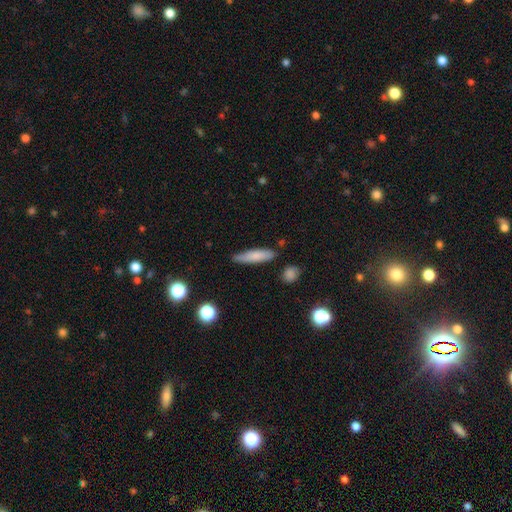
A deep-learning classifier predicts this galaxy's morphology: A smooth galaxy with no disk features (78%) that is cigar-shaped (71%).

Vote fractions:
- Smooth or featured? smooth: 78% / featured or disk: 15% / star or artifact: 7%
- How rounded? cigar-shaped: 71% / in between: 27% / round: 2%
- Merging? none: 76% / minor disturbance: 18% / major disturbance: 3% / merger: 3%